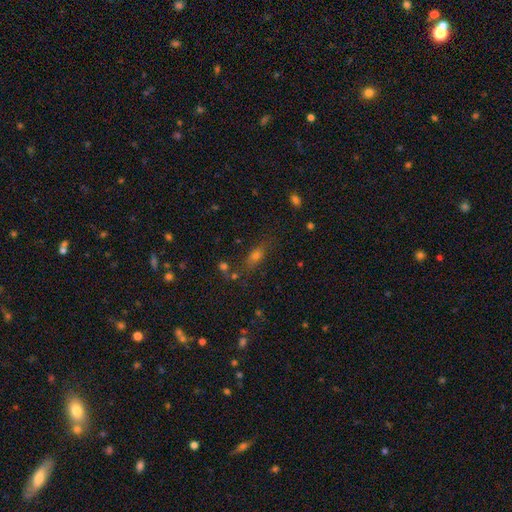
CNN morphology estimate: Overall: smooth (55%; star or artifact 26%). How rounded: in between (56%; cigar-shaped 30%). Merging: none (73%).